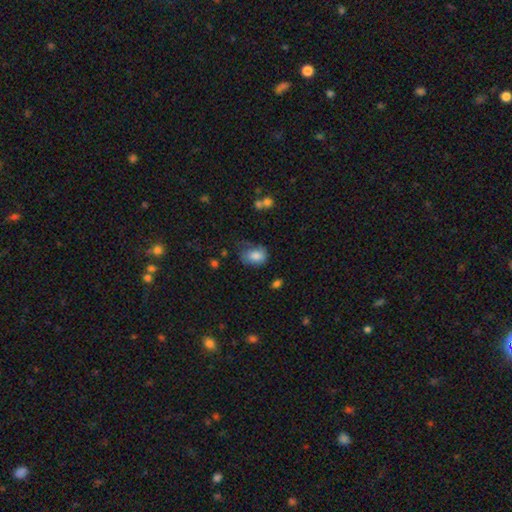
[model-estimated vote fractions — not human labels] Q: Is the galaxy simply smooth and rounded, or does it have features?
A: smooth — 80%.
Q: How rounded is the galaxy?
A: in between — 74%.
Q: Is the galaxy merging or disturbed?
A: none — 40%.